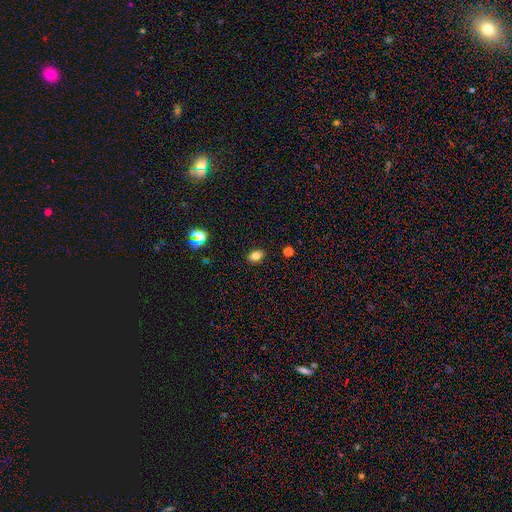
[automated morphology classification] The model was most divided on "how rounded": in between: 79%, round: 20%, cigar-shaped: 2%. More confident: merging — none (89%); smooth or featured — smooth (79%).